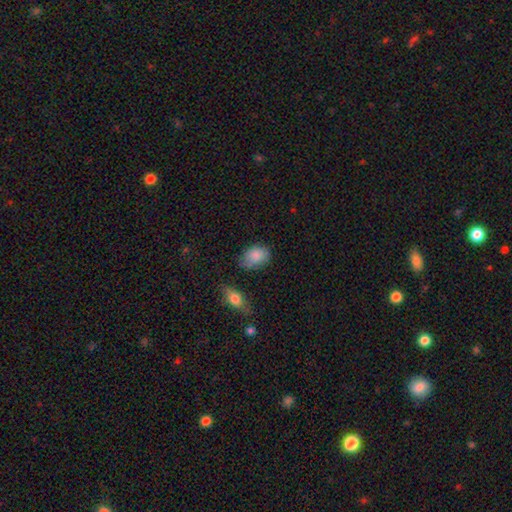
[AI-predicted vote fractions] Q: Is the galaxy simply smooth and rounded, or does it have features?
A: smooth — 85%.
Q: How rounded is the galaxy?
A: in between — 84%.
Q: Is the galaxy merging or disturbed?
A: none — 67%.